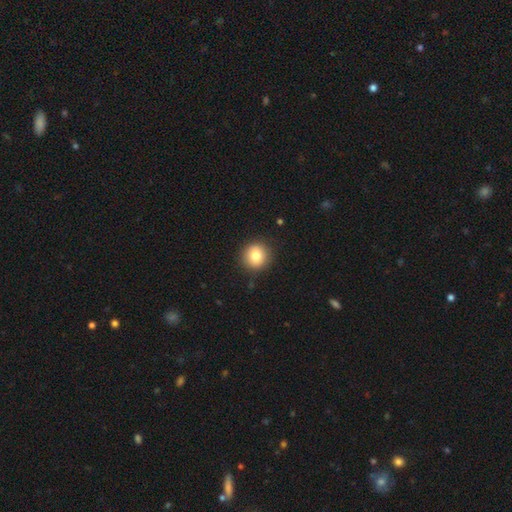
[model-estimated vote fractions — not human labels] Smooth or featured? Predicted: smooth (p=0.82). How rounded? Predicted: round (p=0.90). Merging? Predicted: none (p=0.90).